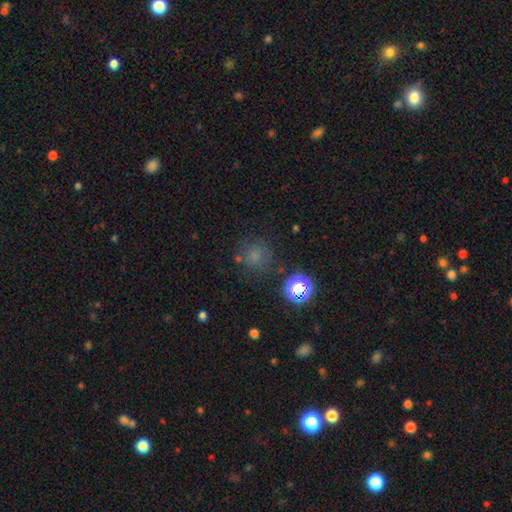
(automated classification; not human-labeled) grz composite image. It shows a smooth galaxy with no disk features (64%) that is round (89%). Merging: none (73%).